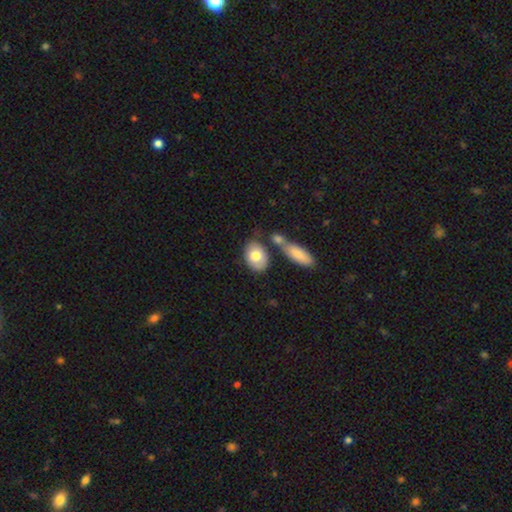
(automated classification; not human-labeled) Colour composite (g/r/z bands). It shows a smooth galaxy with no disk features (74%) that is in between round and cigar-shaped (79%). Merging: none (58%).